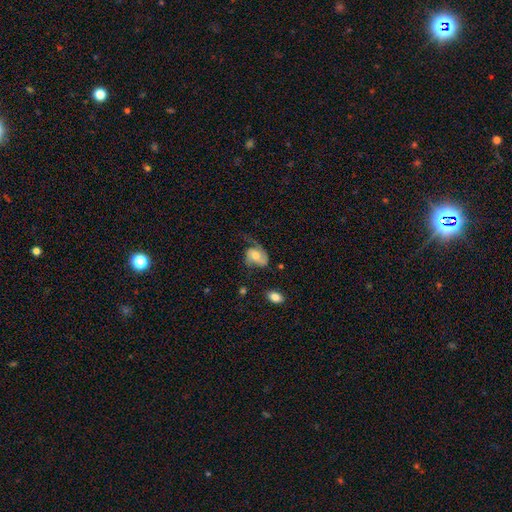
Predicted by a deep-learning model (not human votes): A featured or disk galaxy (63%) with no bar (60%), 2 (60%) loose (41%) spiral arms (89%) and a moderate central bulge (61%). Merging: none (40%).